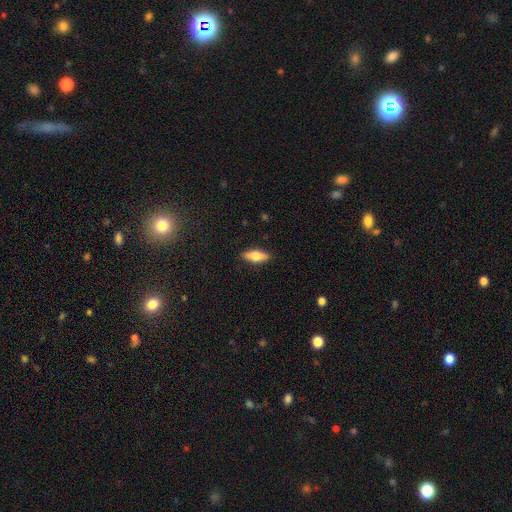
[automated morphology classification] A smooth galaxy with no disk features (60%) that is in between round and cigar-shaped (62%).

Vote fractions:
- Smooth or featured? smooth: 60% / featured or disk: 33% / star or artifact: 6%
- How rounded? in between: 62% / cigar-shaped: 35% / round: 3%
- Merging? none: 89% / minor disturbance: 8% / major disturbance: 2% / merger: 1%